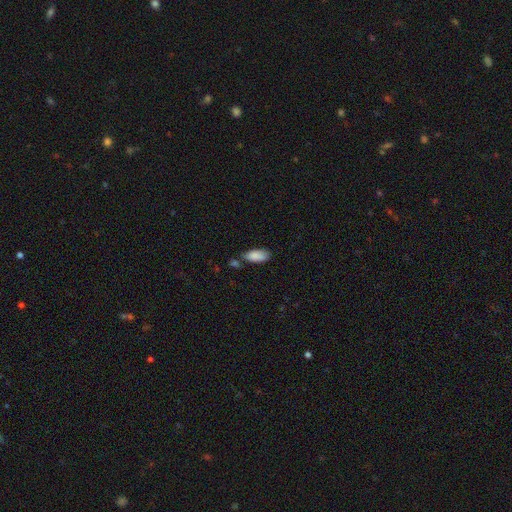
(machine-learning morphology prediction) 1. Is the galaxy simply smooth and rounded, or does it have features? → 86% smooth, 7% featured or disk, 7% star or artifact.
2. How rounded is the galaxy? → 85% in between, 13% cigar-shaped, 2% round.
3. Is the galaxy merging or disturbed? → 59% none, 22% minor disturbance, 14% merger, 5% major disturbance.